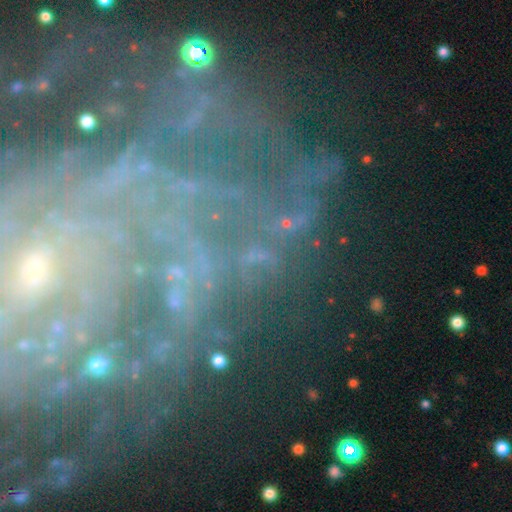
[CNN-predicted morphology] Smooth or featured: featured or disk — 49% (star or artifact — 37%)
Merging: none — 65% (minor disturbance — 15%)